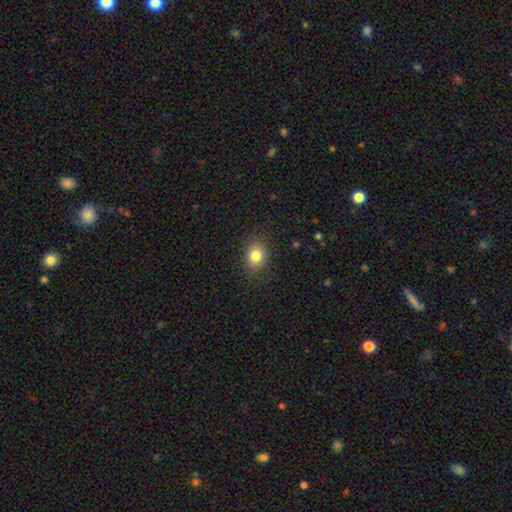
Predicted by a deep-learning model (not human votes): Smooth or featured? smooth (82%)
How rounded? round (55%)
Merging? none (87%)